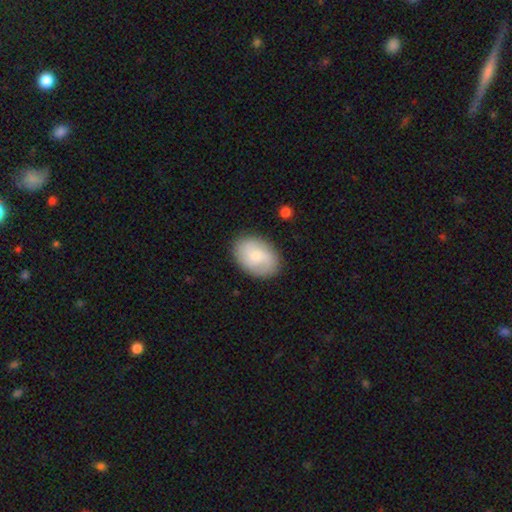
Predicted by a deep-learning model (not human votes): This is possibly a smooth galaxy (56%). How rounded: likely in between (79%). Merging: clearly none (84%).